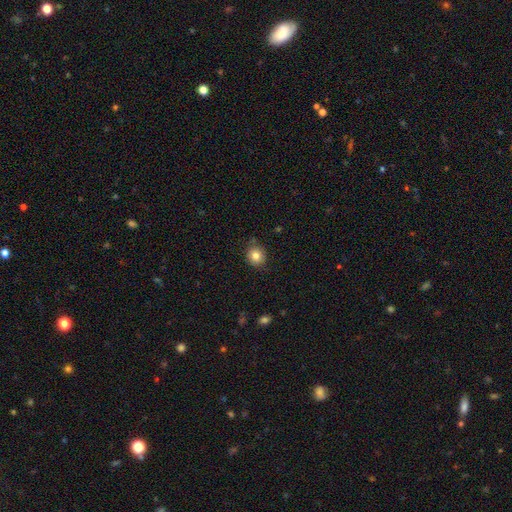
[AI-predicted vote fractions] A smooth galaxy with no disk features (82%) that is round (83%).

Vote fractions:
- Smooth or featured? smooth: 82% / star or artifact: 10% / featured or disk: 8%
- How rounded? round: 83% / in between: 16% / cigar-shaped: 1%
- Merging? none: 83% / minor disturbance: 12% / major disturbance: 2% / merger: 2%